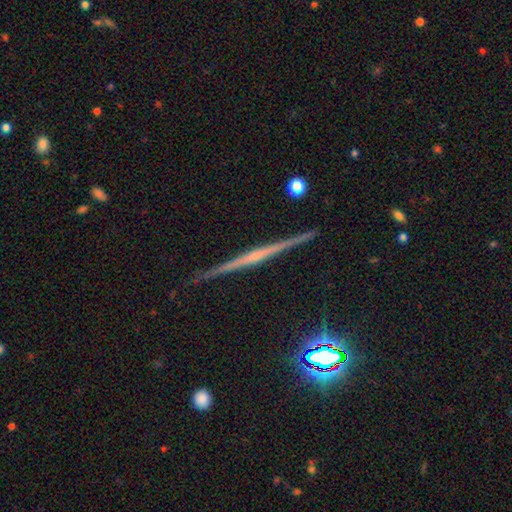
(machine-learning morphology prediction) A featured or disk galaxy (76%) viewed edge-on (98%) with a rounded central bulge (46%). Merging: none (91%).